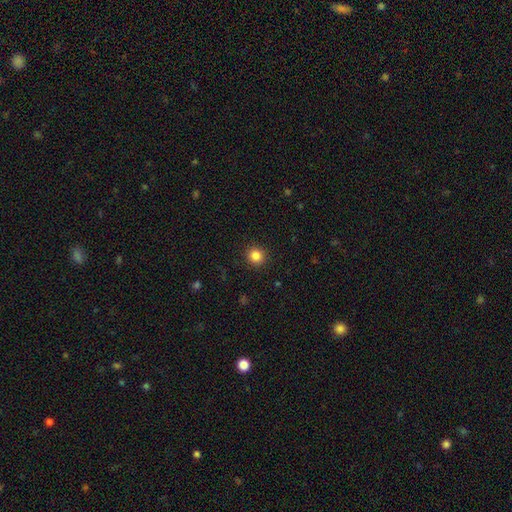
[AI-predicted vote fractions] Smooth or featured? Predicted: smooth (p=0.85). How rounded? Predicted: round (p=0.92). Merging? Predicted: none (p=0.91).